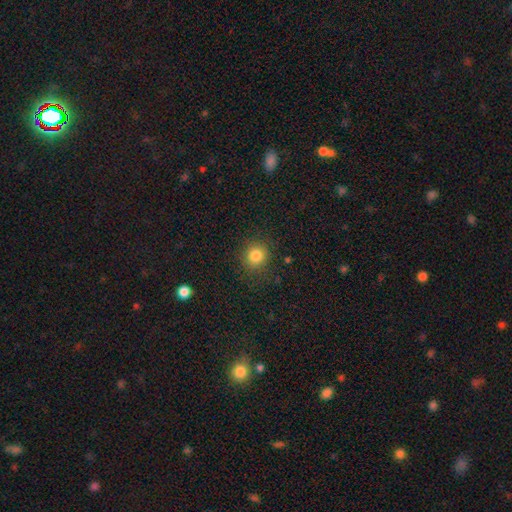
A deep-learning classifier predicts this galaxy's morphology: Smooth or featured? Predicted: smooth (p=0.83). How rounded? Predicted: round (p=0.90). Merging? Predicted: none (p=0.88).